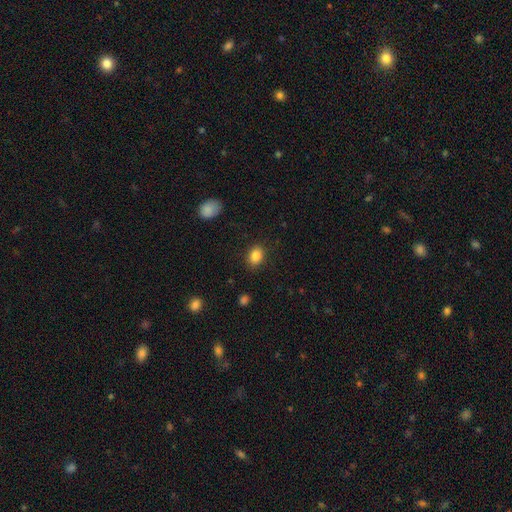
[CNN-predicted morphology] A smooth galaxy with no disk features (86%) that is in between round and cigar-shaped (66%). Merging: none (86%).